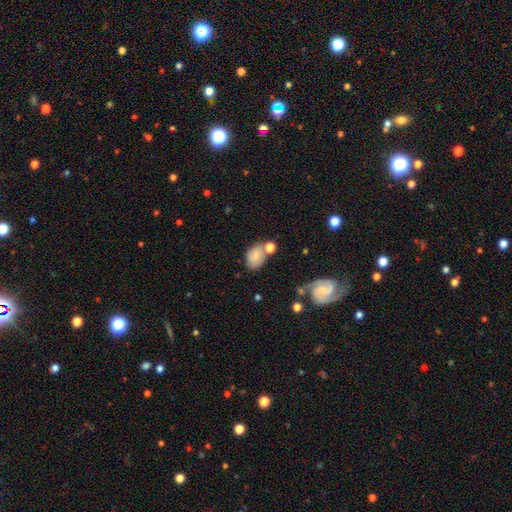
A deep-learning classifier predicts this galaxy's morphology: Smooth or featured? Predicted: smooth (p=0.74). How rounded? Predicted: in between (p=0.81). Merging? Predicted: none (p=0.53).